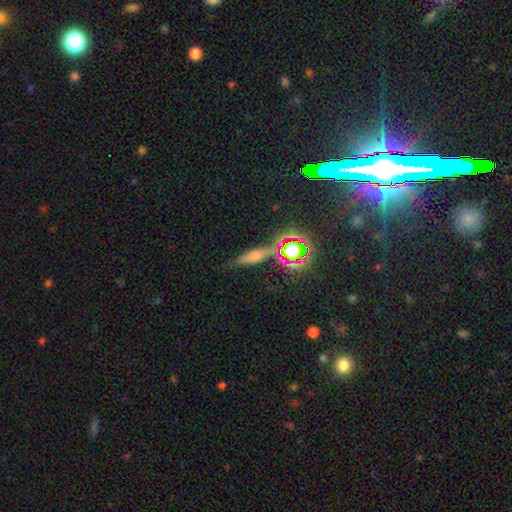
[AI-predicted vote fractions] smooth-or-featured: featured or disk: 35% | star or artifact: 33% | smooth: 33%
  merging: none: 75% | minor disturbance: 14% | merger: 6% | major disturbance: 5%